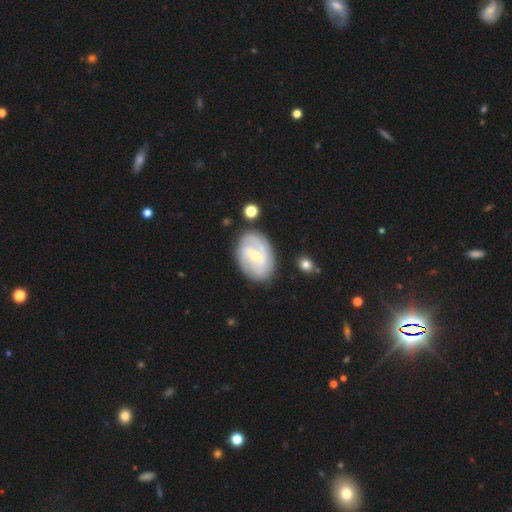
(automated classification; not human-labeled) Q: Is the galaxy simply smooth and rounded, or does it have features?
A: featured or disk — 74%.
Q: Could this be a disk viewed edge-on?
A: no — 96%.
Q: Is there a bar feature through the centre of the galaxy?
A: weak — 51%.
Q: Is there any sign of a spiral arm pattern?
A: yes — 82%.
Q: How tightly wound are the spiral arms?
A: tight — 44%.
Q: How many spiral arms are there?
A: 2 — 57%.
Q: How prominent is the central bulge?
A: moderate — 49%.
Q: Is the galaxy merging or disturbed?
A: none — 77%.